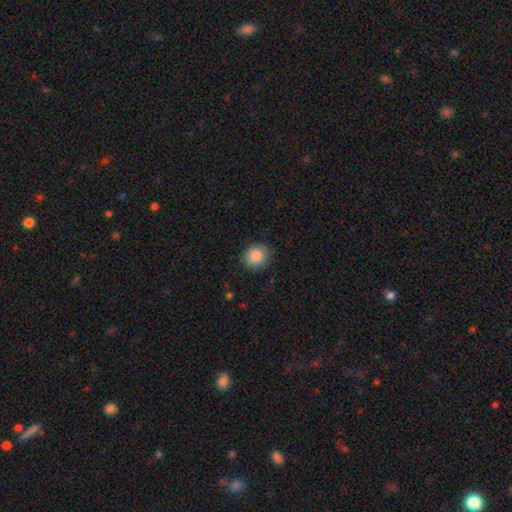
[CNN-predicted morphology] smooth_or_featured: smooth (p=0.88) [alt: star or artifact p=0.08]
how_rounded: round (p=0.74) [alt: in between p=0.25]
merging: none (p=0.86) [alt: minor disturbance p=0.10]